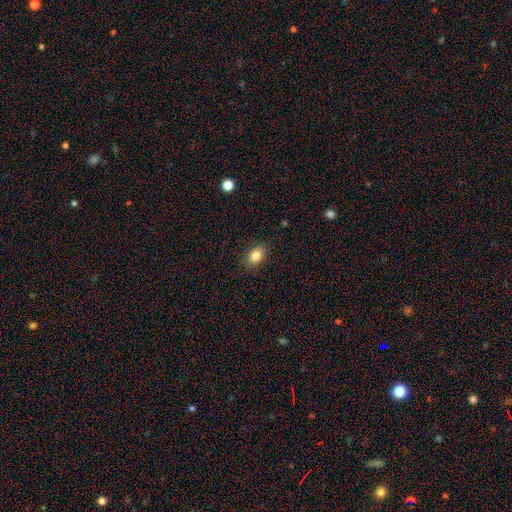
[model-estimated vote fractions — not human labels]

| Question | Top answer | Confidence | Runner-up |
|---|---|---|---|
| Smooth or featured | smooth | 83% | star or artifact (9%) |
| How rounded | in between | 74% | round (24%) |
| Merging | none | 88% | minor disturbance (9%) |